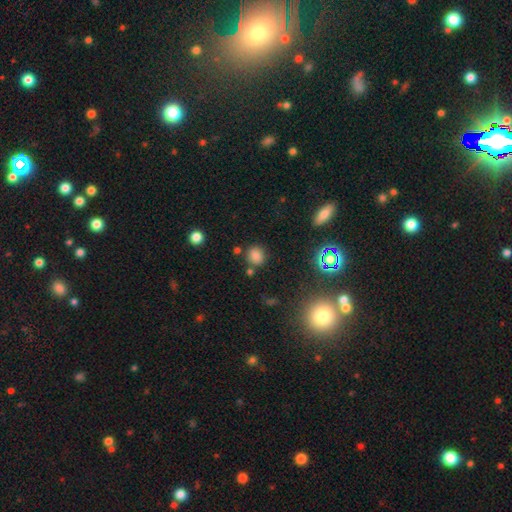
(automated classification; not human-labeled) A smooth galaxy with no disk features (76%) that is round (71%). Merging: none (76%).